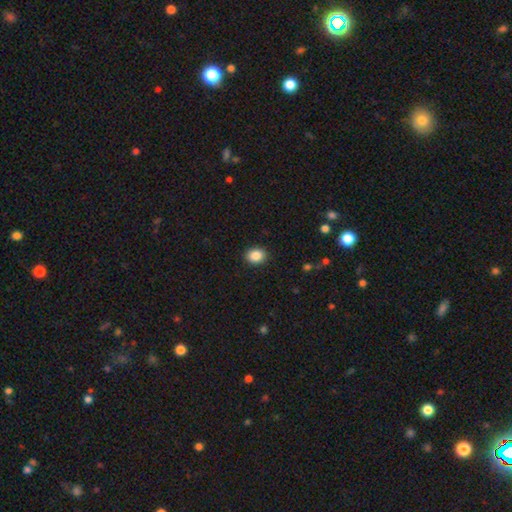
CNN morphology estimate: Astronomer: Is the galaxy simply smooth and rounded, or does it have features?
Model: smooth — 87%.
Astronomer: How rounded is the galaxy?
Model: round — 53% (runner-up: in between, 47%).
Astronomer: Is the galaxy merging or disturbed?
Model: none — 91%.